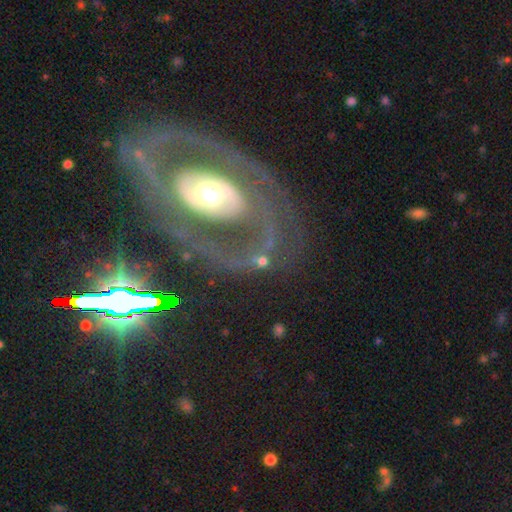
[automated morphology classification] type=featured or disk (80%); edge-on=no (94%); bar=no (61%); spiral arms=yes (60%); bulge=moderate (60%); merging=none (74%).